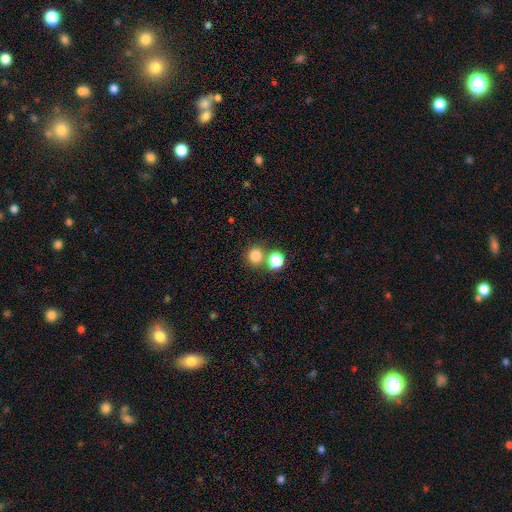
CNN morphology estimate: A smooth galaxy with no disk features (80%) that is round (86%). Merging: none (64%).